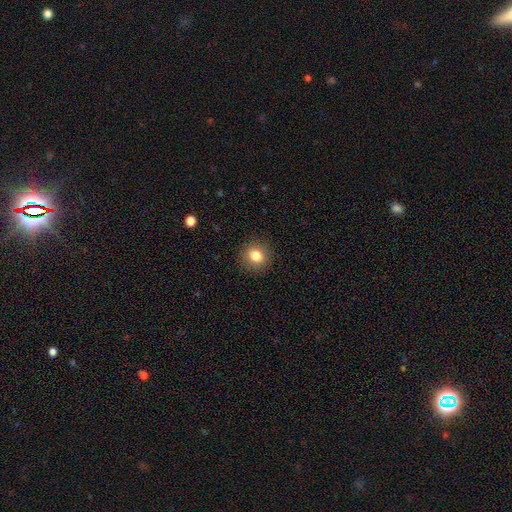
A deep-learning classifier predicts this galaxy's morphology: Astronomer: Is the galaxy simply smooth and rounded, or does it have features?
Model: smooth — 82%.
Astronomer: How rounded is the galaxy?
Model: round — 83%.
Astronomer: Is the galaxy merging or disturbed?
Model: none — 90%.